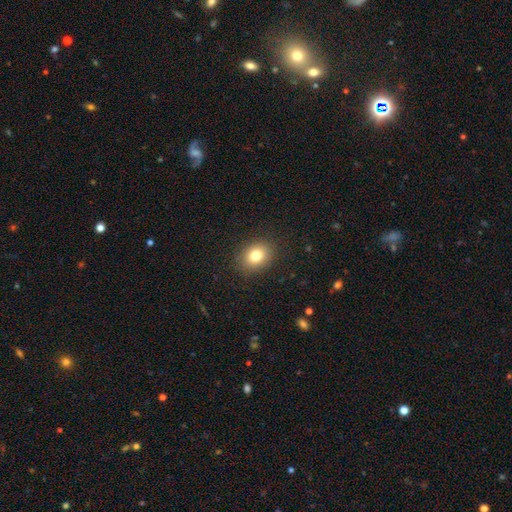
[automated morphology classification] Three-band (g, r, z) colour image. It shows a smooth galaxy with no disk features (80%) that is in between round and cigar-shaped (51%). Merging: none (88%).